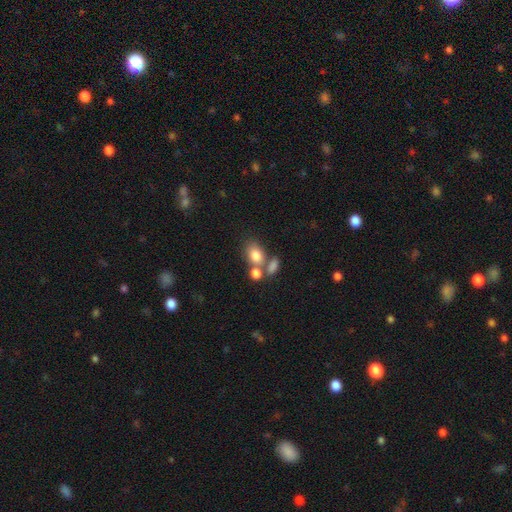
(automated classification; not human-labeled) Morphology: type=smooth (78%); roundness=in between (69%); merging=none (43%).